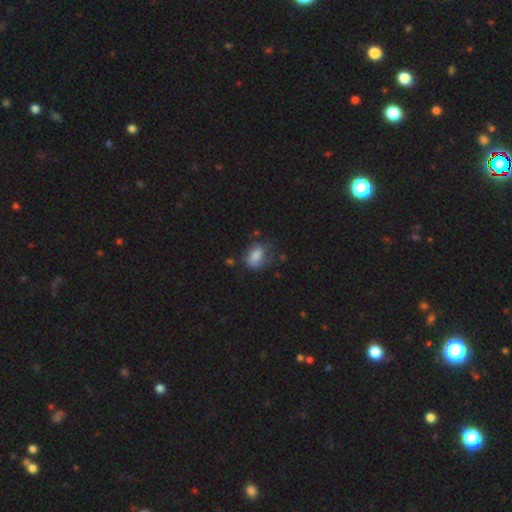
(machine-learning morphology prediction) Q: Smooth or featured?
A: smooth (73%); runner-up: featured or disk (18%)
Q: How rounded?
A: in between (75%); runner-up: round (23%)
Q: Merging?
A: none (45%); runner-up: minor disturbance (32%)